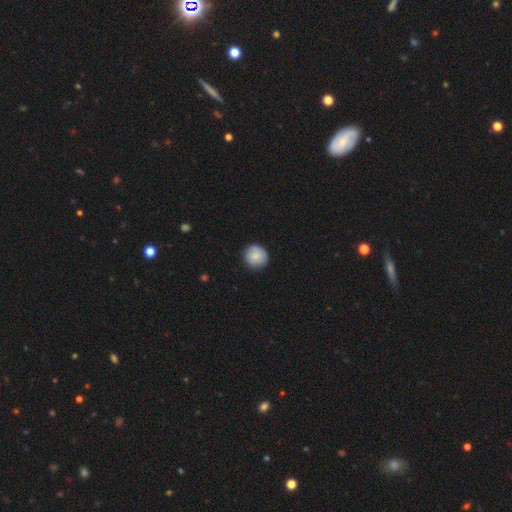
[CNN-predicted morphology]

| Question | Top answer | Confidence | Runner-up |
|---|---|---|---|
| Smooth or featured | smooth | 84% | featured or disk (9%) |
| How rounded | round | 94% | in between (5%) |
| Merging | none | 87% | minor disturbance (10%) |